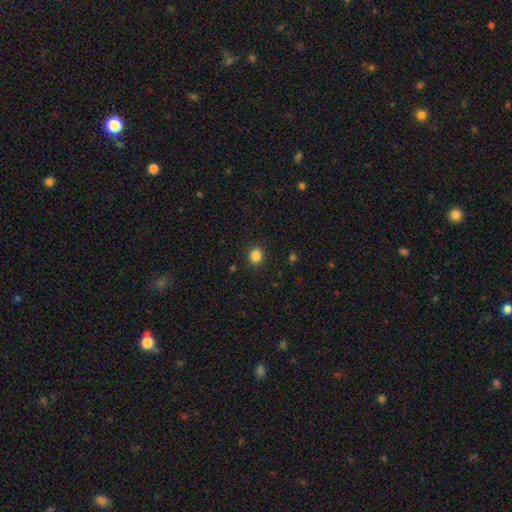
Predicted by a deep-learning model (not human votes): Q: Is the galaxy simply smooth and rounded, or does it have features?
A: smooth — 86%.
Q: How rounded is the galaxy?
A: round — 74%.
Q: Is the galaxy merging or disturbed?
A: none — 90%.